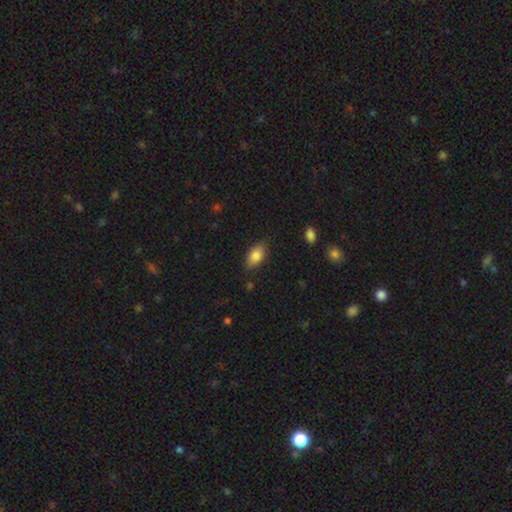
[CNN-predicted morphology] smooth 83%, featured or disk 10%, star or artifact 7%. Down the decision tree: how rounded — in between (90%); merging — none (81%).